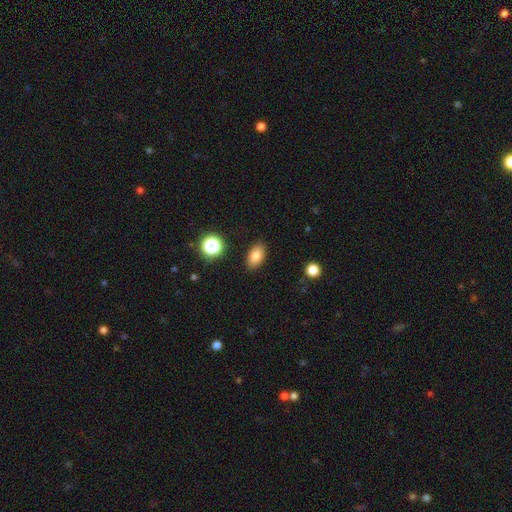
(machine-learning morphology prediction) type=smooth (82%); roundness=in between (89%); merging=none (88%).